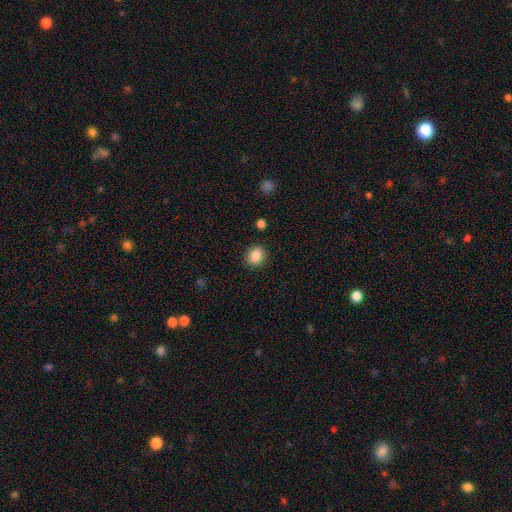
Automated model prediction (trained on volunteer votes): A smooth galaxy with no disk features (86%) that is round (64%).

Vote fractions:
- Smooth or featured? smooth: 86% / star or artifact: 9% / featured or disk: 5%
- How rounded? round: 64% / in between: 35% / cigar-shaped: 1%
- Merging? none: 88% / minor disturbance: 8% / major disturbance: 2% / merger: 2%